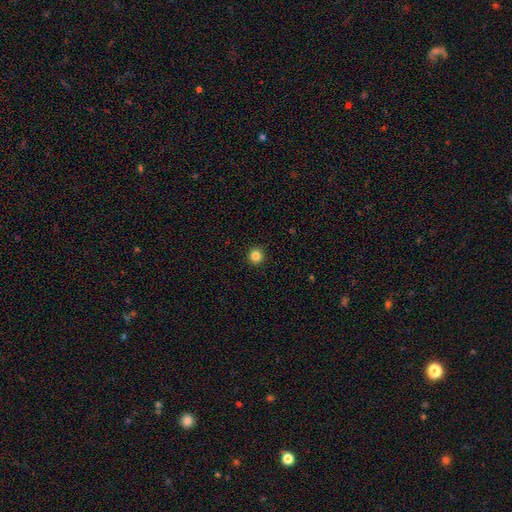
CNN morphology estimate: This appears to be a smooth galaxy with no disk features (85%) that is round (95%). Merging: none (93%).